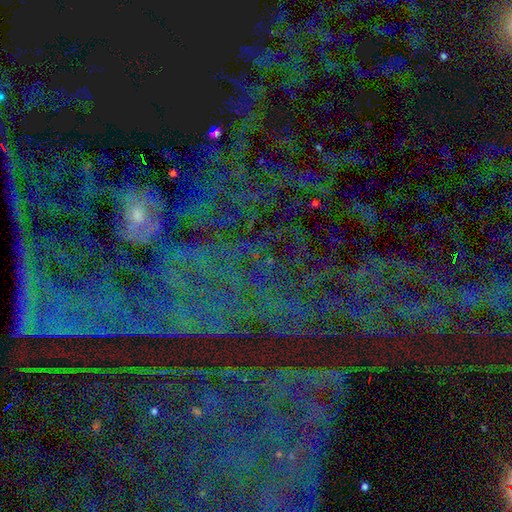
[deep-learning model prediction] Smooth or featured?
  - star or artifact: 80% *
  - smooth: 10%
  - featured or disk: 10%